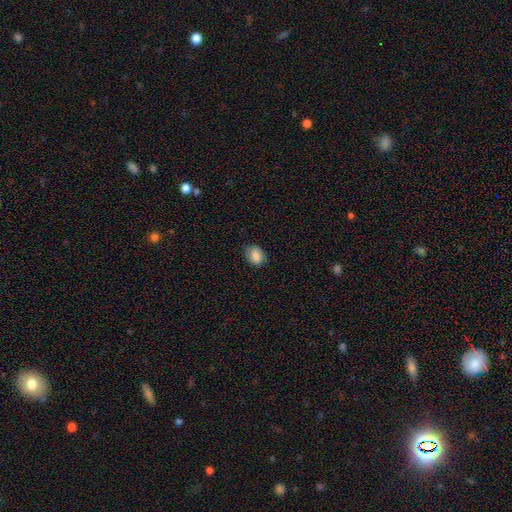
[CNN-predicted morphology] Smooth or featured? smooth (84%)
How rounded? in between (60%)
Merging? none (79%)